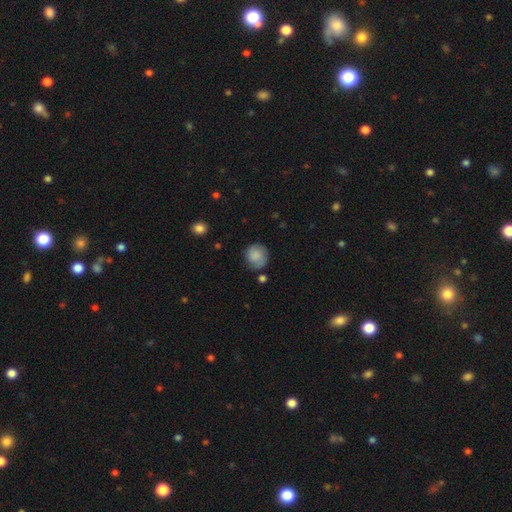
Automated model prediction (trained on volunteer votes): smooth_or_featured: smooth (p=0.80) [alt: featured or disk p=0.12]
how_rounded: round (p=0.85) [alt: in between p=0.15]
merging: none (p=0.67) [alt: minor disturbance p=0.23]